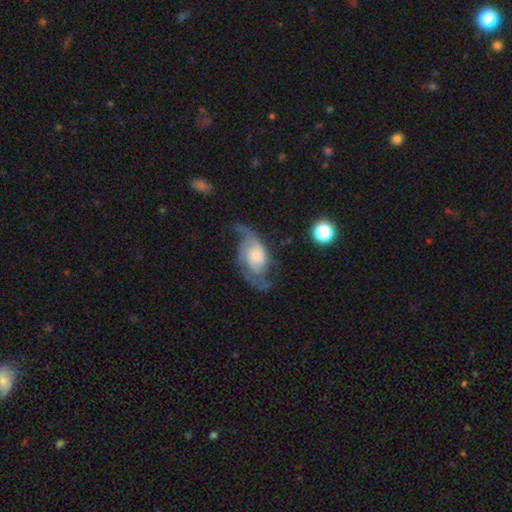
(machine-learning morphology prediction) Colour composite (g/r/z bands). It shows a featured or disk galaxy (81%) with no bar (70%), 2 (76%) loose (48%) spiral arms (95%) and a small central bulge (40%). Merging: none (50%).